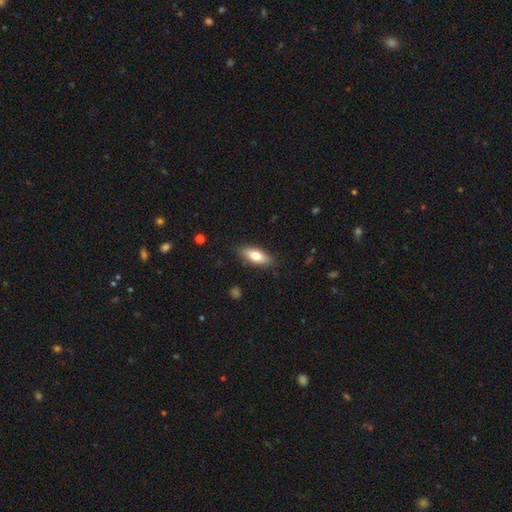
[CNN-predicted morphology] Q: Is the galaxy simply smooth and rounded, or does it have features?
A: smooth — 70%.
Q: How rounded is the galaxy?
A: in between — 70%.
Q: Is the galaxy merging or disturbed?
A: none — 86%.